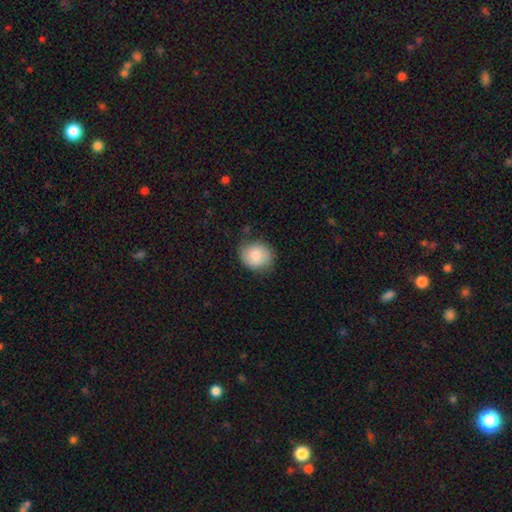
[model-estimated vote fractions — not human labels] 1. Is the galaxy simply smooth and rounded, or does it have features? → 78% smooth, 14% featured or disk, 7% star or artifact.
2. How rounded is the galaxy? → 77% round, 22% in between, 1% cigar-shaped.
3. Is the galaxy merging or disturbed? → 73% none, 21% minor disturbance, 5% major disturbance, 2% merger.